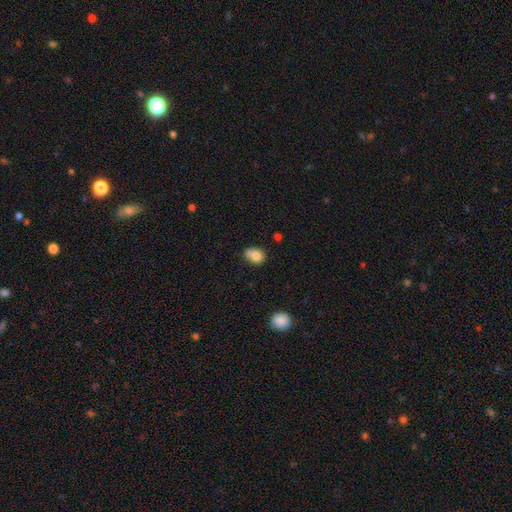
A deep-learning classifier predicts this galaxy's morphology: Smooth or featured: smooth — 75% (featured or disk — 15%)
How rounded: round — 54% (in between — 45%)
Merging: merger — 41% (none — 36%)